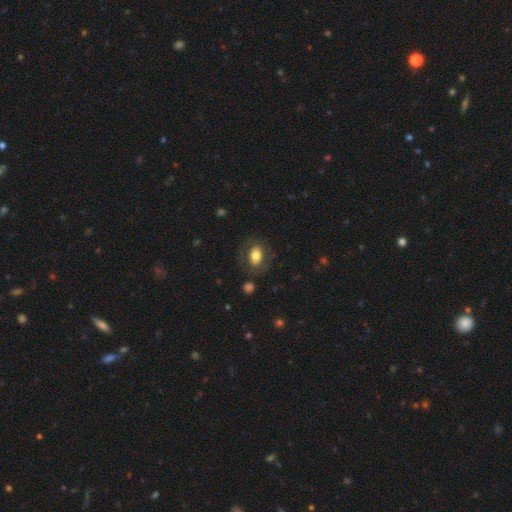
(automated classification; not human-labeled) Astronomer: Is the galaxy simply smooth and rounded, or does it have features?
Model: smooth — 70%.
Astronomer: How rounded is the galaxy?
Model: in between — 78%.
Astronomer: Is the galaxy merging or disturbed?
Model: none — 76%.